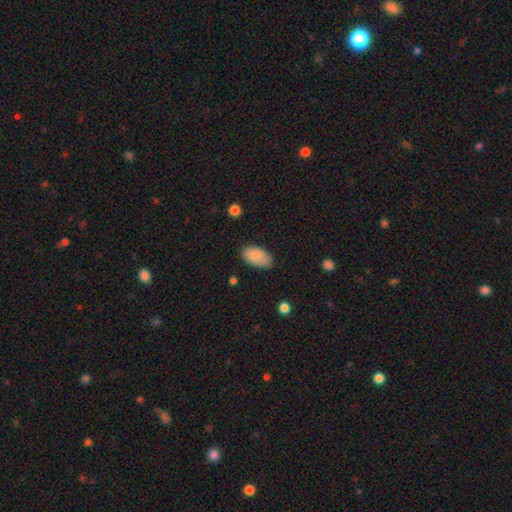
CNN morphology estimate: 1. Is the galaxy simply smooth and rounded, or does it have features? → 86% smooth, 7% featured or disk, 7% star or artifact.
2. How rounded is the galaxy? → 95% in between, 3% round, 2% cigar-shaped.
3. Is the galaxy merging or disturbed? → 73% none, 22% minor disturbance, 4% major disturbance, 1% merger.